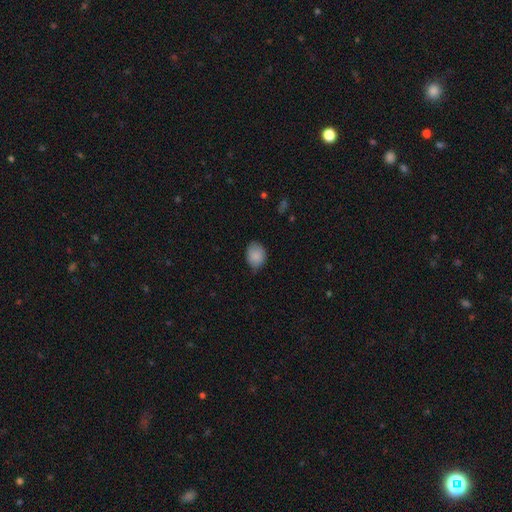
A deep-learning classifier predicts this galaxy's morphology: smooth 87%, star or artifact 7%, featured or disk 6%. Down the decision tree: how rounded — in between (58%); merging — none (71%).